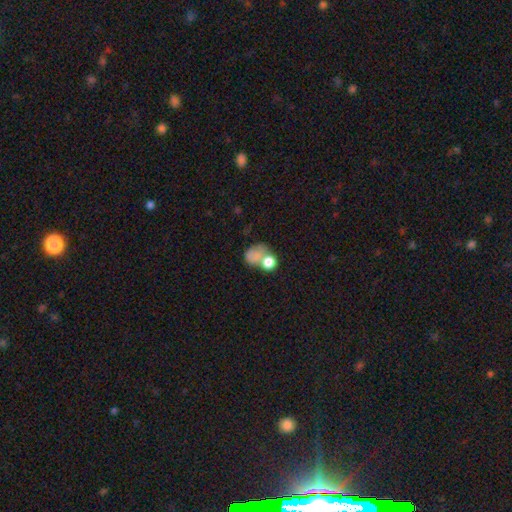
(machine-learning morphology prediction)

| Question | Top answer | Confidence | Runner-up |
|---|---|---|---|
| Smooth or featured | smooth | 75% | featured or disk (13%) |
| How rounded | round | 54% | in between (45%) |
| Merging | merger | 40% | none (29%) |